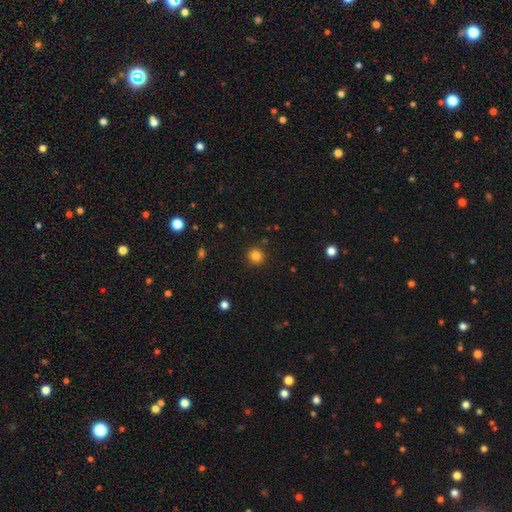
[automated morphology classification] The model was most divided on "smooth or featured": smooth: 83%, star or artifact: 13%, featured or disk: 4%. More confident: how rounded — round (94%); merging — none (90%).